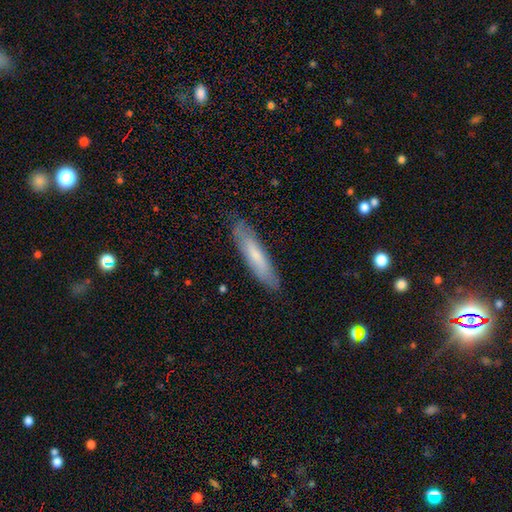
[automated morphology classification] Smooth or featured: smooth — 66% (featured or disk — 28%)
How rounded: cigar-shaped — 82% (in between — 17%)
Merging: none — 83% (minor disturbance — 13%)